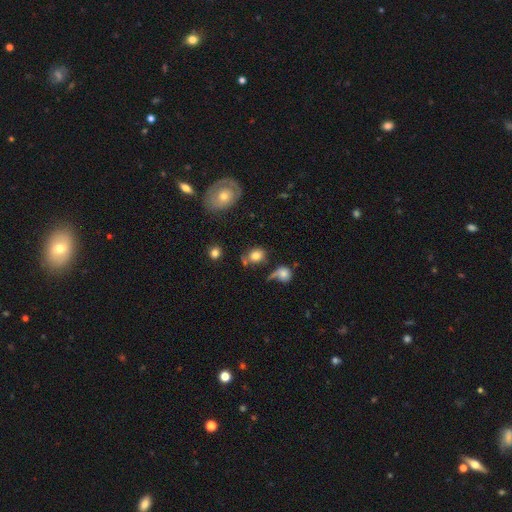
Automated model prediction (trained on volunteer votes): smooth 76%, featured or disk 13%, star or artifact 11%. Down the decision tree: how rounded — round (57%); merging — none (60%).